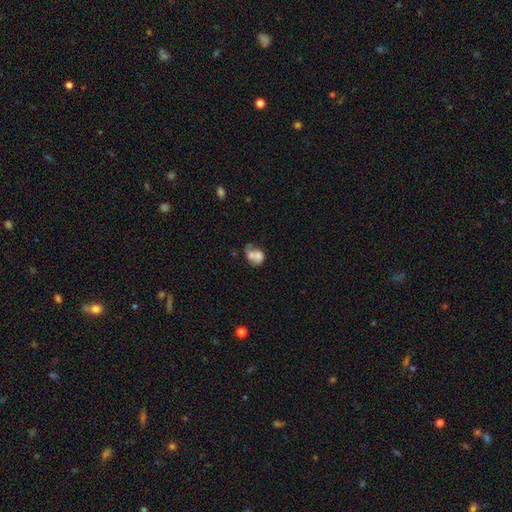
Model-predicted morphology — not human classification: type=smooth (57%); roundness=in between (57%); merging=merger (61%).